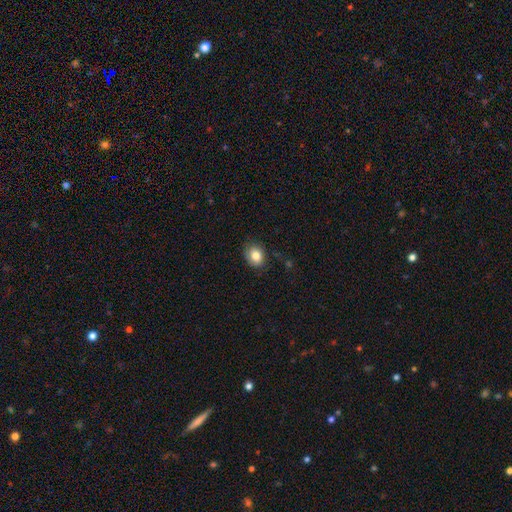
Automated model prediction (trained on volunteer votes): smooth 83%, star or artifact 9%, featured or disk 8%. Down the decision tree: how rounded — round (51%); merging — none (80%).